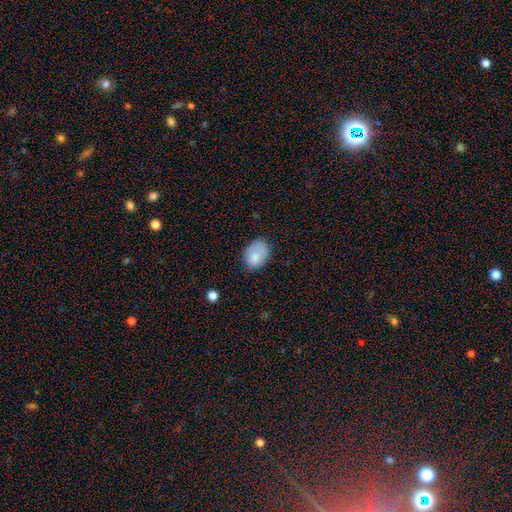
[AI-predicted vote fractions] smooth 80%, featured or disk 12%, star or artifact 8%. Down the decision tree: how rounded — in between (70%); merging — none (56%).